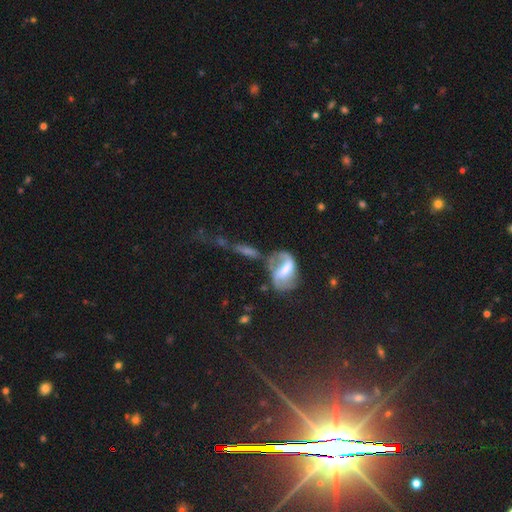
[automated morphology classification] This is possibly a star or artifact rather than a galaxy (57%).